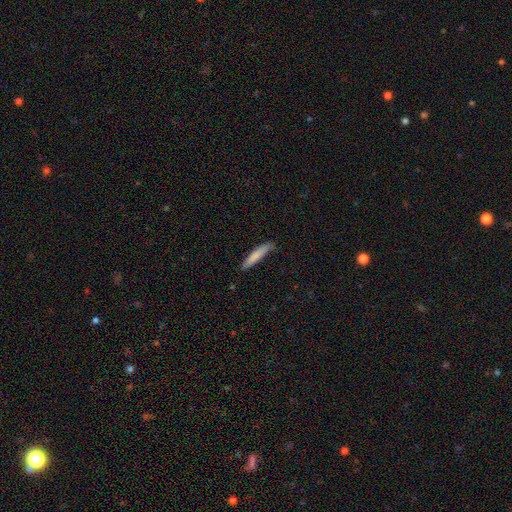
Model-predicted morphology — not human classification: Q: Smooth or featured?
A: smooth (79%); runner-up: featured or disk (15%)
Q: How rounded?
A: cigar-shaped (90%); runner-up: in between (8%)
Q: Merging?
A: none (79%); runner-up: minor disturbance (17%)